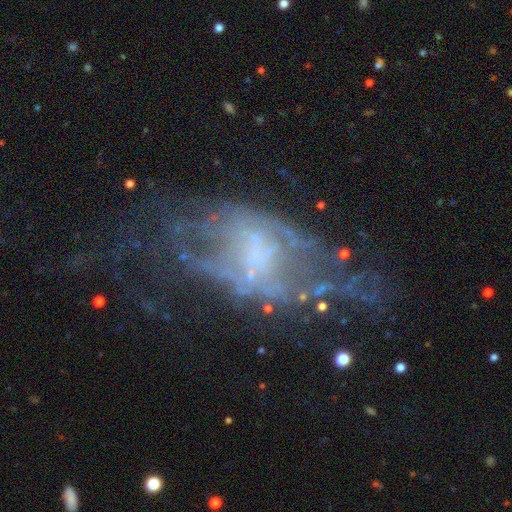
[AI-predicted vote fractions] This is likely a featured or disk galaxy (69%). It is clearly not viewed edge-on (92%). Bar: likely no (66%). Spiral arm pattern: possibly no (55%). Central bulge: possibly none (50%). Merging: marginally major disturbance (38%).